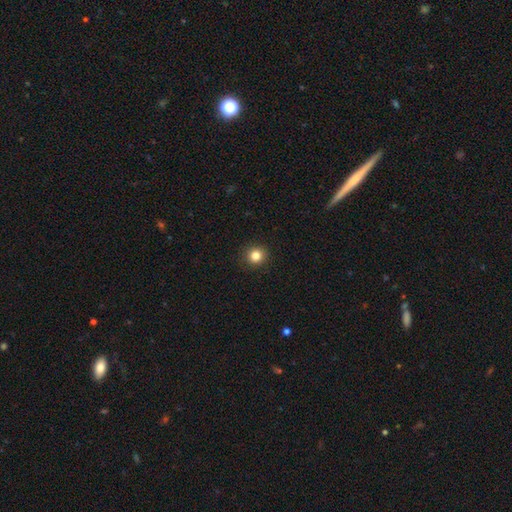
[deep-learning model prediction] A smooth galaxy with no disk features (84%) that is round (92%). Merging: none (92%).